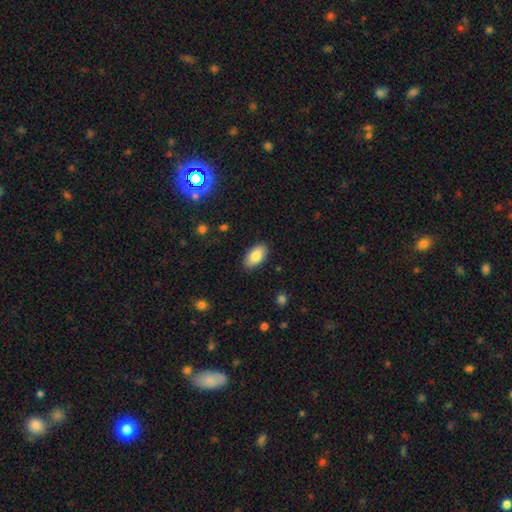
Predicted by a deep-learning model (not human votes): This appears to be a smooth galaxy with no disk features (85%) that is in between round and cigar-shaped (94%). Merging: none (87%).